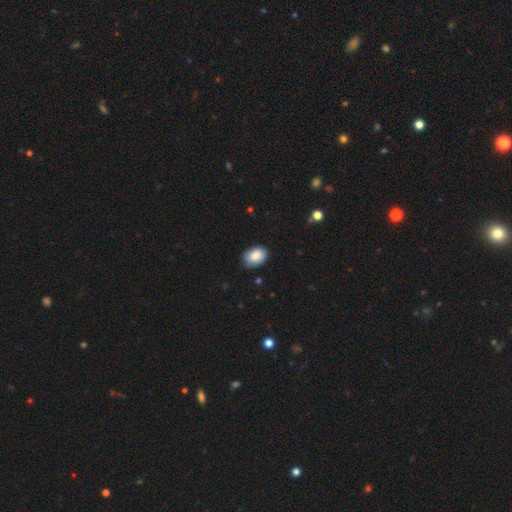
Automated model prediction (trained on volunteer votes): Smooth or featured?
  - smooth: 83% *
  - featured or disk: 10%
  - star or artifact: 7%
How rounded?
  - in between: 82% *
  - round: 17%
  - cigar-shaped: 1%
Merging?
  - none: 80% *
  - minor disturbance: 16%
  - major disturbance: 3%
  - merger: 1%